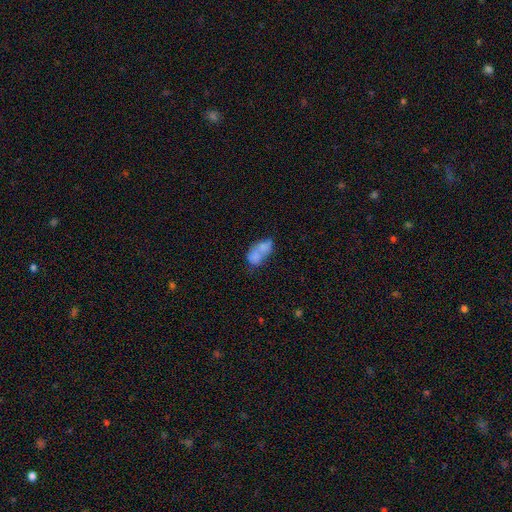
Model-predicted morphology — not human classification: type=smooth (64%); roundness=in between (78%); merging=merger (58%).